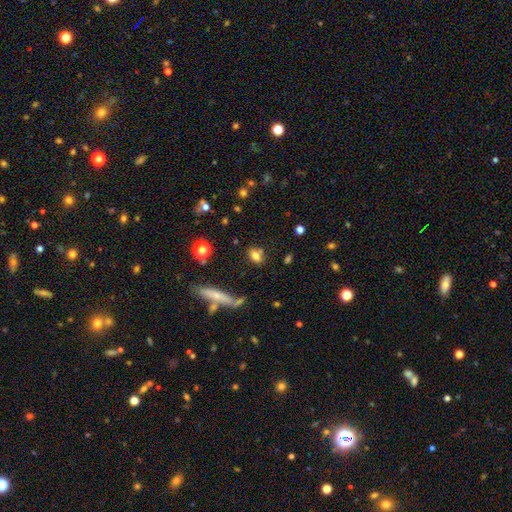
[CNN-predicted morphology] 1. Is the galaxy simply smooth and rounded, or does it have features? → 75% smooth, 13% star or artifact, 12% featured or disk.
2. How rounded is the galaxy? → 68% in between, 25% round, 7% cigar-shaped.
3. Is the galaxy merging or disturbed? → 69% none, 14% minor disturbance, 12% merger, 5% major disturbance.